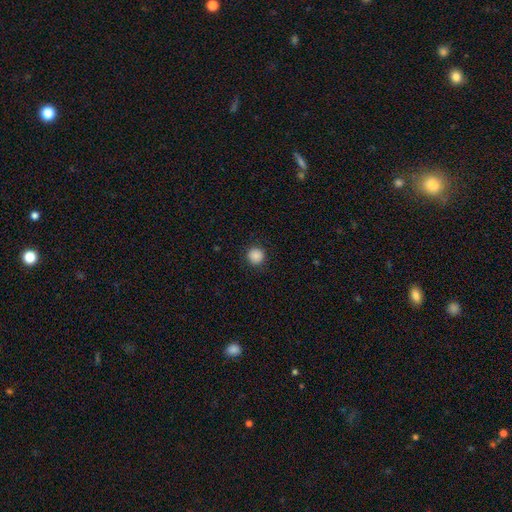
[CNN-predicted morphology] The model was most divided on "smooth or featured": smooth: 87%, star or artifact: 9%, featured or disk: 3%. More confident: how rounded — round (94%); merging — none (91%).